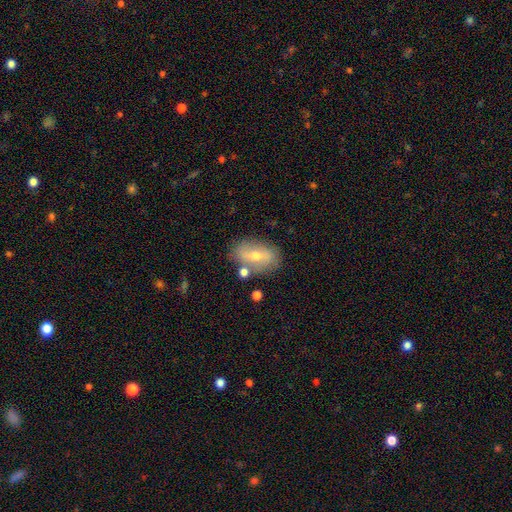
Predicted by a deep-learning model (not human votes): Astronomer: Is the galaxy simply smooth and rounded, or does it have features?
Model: featured or disk — 47% (runner-up: smooth, 45%).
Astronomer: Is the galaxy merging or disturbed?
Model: none — 76%.